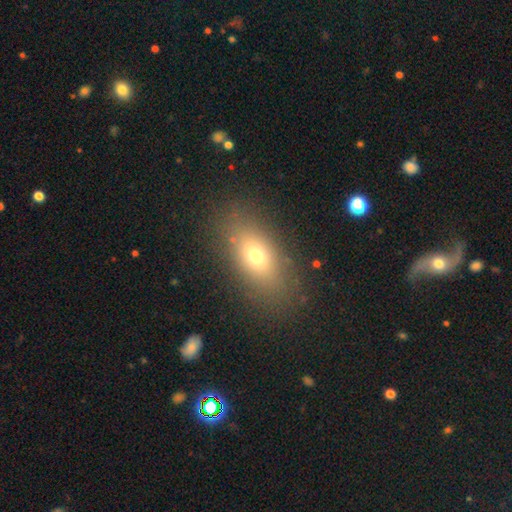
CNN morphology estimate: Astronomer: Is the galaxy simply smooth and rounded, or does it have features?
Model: smooth — 68%.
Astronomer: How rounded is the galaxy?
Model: in between — 82%.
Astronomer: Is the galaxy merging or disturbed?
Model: none — 83%.